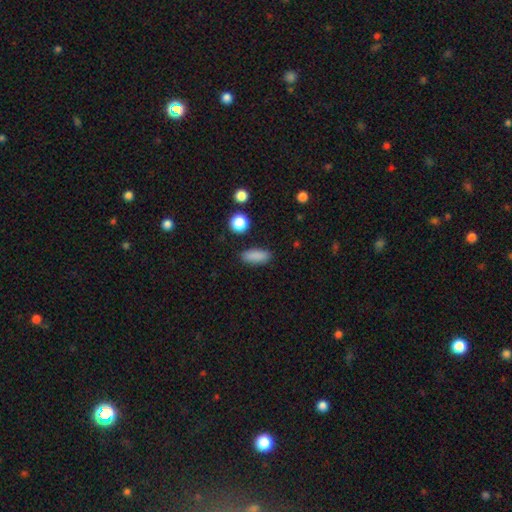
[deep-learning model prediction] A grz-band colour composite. It shows a smooth galaxy with no disk features (87%) that is in between round and cigar-shaped (72%). Merging: none (87%).